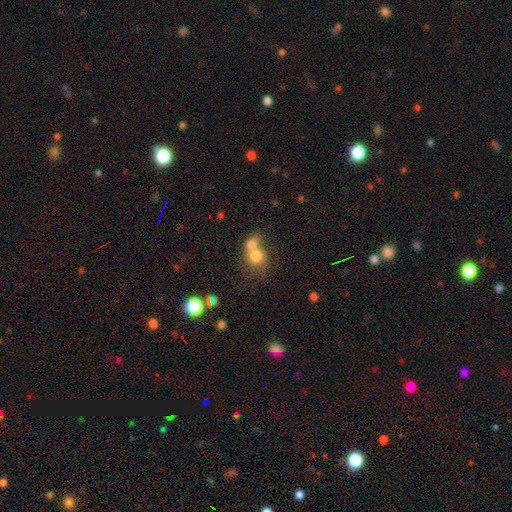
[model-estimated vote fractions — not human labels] This appears to be a smooth galaxy with no disk features (72%) that is round (68%). Merging: merger (68%).